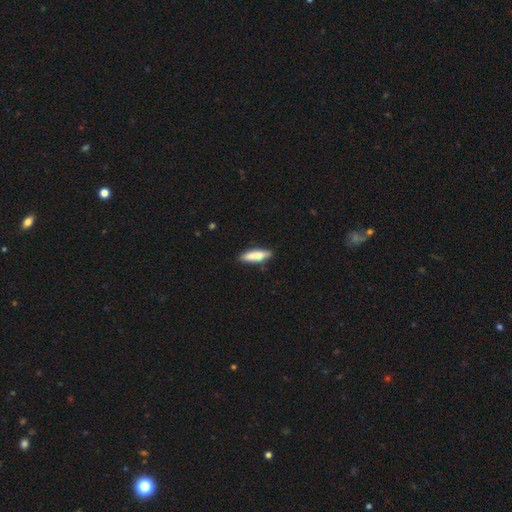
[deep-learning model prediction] Overall: smooth (82%). How rounded: cigar-shaped (69%). Merging: none (85%).